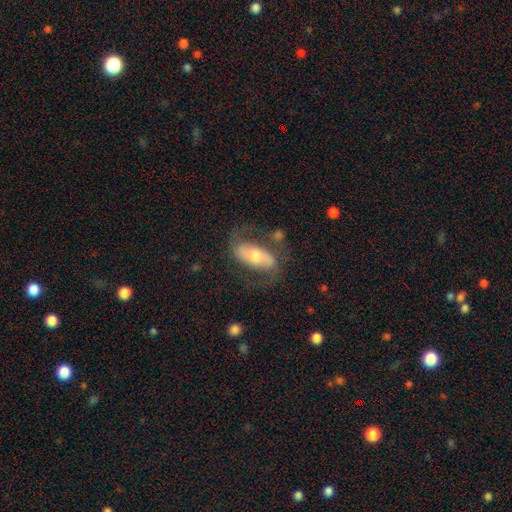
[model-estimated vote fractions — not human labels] This appears to be a featured or disk galaxy (65%) with a strong bar (36%), spiral arms (79%) and a moderate central bulge (62%). Merging: none (62%).